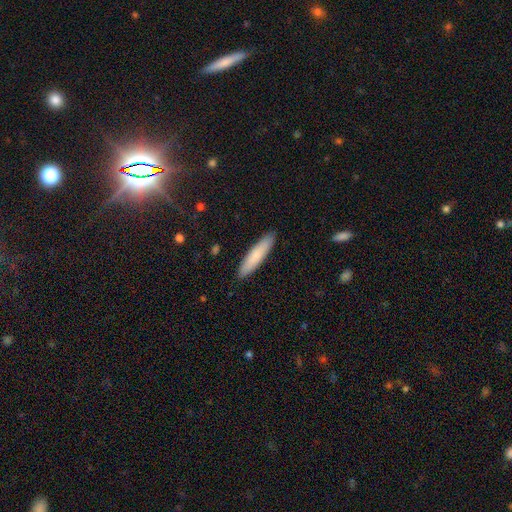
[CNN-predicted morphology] A smooth galaxy with no disk features (80%) that is cigar-shaped (84%). Merging: none (91%).